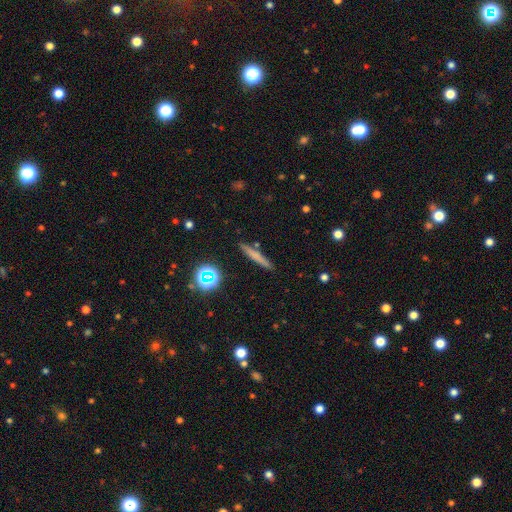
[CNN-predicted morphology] Smooth or featured? Predicted: smooth (p=0.63). How rounded? Predicted: cigar-shaped (p=0.92). Merging? Predicted: none (p=0.88).